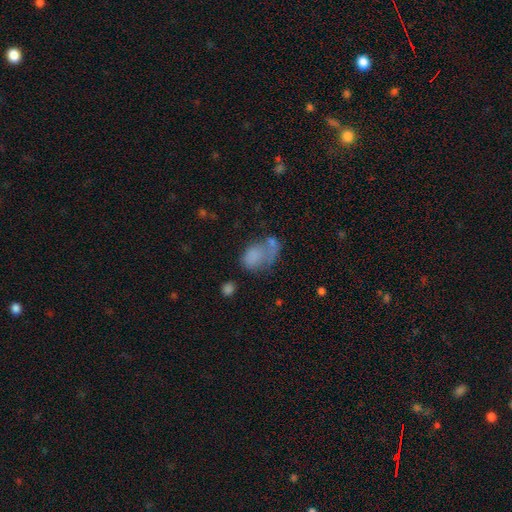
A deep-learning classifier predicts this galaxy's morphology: A smooth galaxy with no disk features (69%) that is in between round and cigar-shaped (78%).

Vote fractions:
- Smooth or featured? smooth: 69% / featured or disk: 19% / star or artifact: 12%
- How rounded? in between: 78% / round: 21% / cigar-shaped: 2%
- Merging? major disturbance: 32% / none: 26% / merger: 22% / minor disturbance: 20%